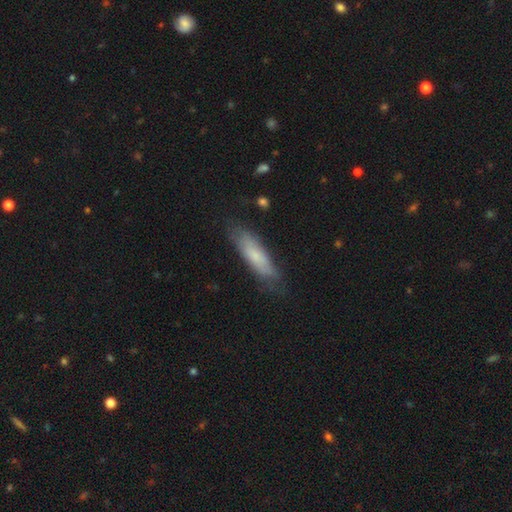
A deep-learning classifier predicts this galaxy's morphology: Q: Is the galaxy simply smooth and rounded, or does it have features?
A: smooth — 67%.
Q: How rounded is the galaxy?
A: cigar-shaped — 60%.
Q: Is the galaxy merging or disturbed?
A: none — 72%.